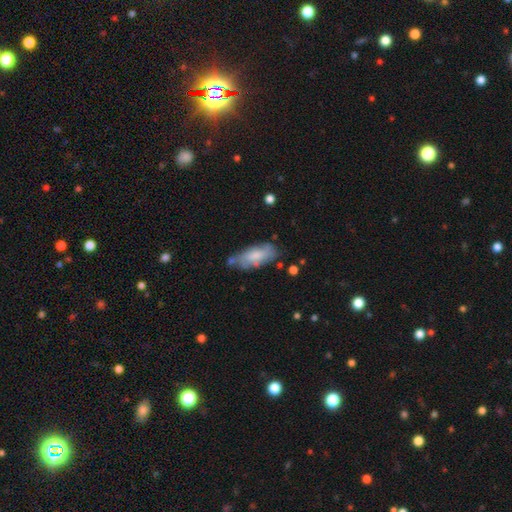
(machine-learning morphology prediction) smooth 68%, featured or disk 25%, star or artifact 7%. Down the decision tree: how rounded — in between (79%); merging — none (57%).